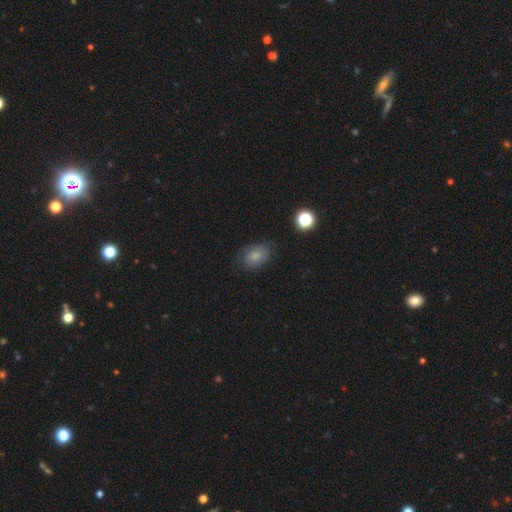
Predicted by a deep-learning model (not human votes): Smooth or featured?
  - smooth: 78% *
  - star or artifact: 12%
  - featured or disk: 10%
How rounded?
  - in between: 66% *
  - round: 33%
  - cigar-shaped: 1%
Merging?
  - none: 76% *
  - minor disturbance: 18%
  - major disturbance: 5%
  - merger: 2%